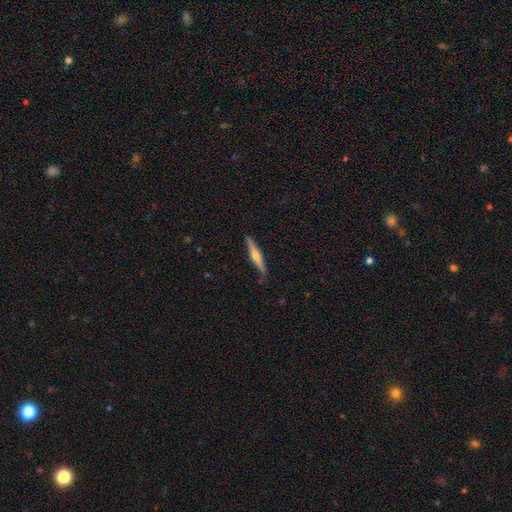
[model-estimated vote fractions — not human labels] The model was most divided on "smooth or featured": featured or disk: 59%, smooth: 36%, star or artifact: 5%. More confident: edge-on disk — yes (97%); merging — none (88%); edge-on bulge — rounded (84%).